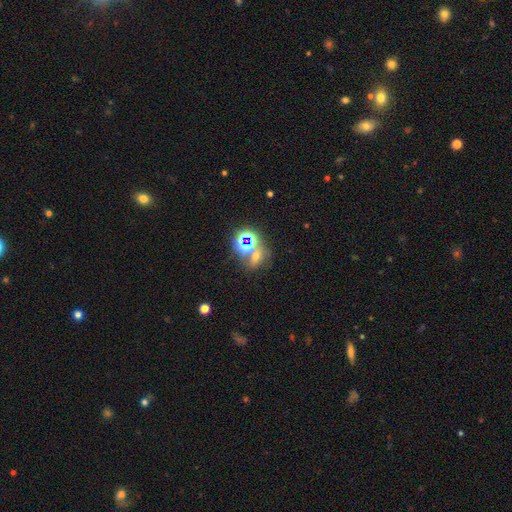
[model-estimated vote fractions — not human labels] star or artifact 49%, smooth 35%, featured or disk 16%.